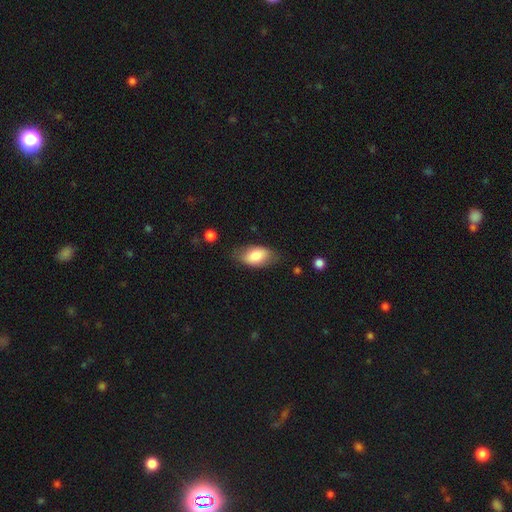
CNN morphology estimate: This appears to be a smooth galaxy with no disk features (79%) that is in between round and cigar-shaped (92%). Merging: none (72%).